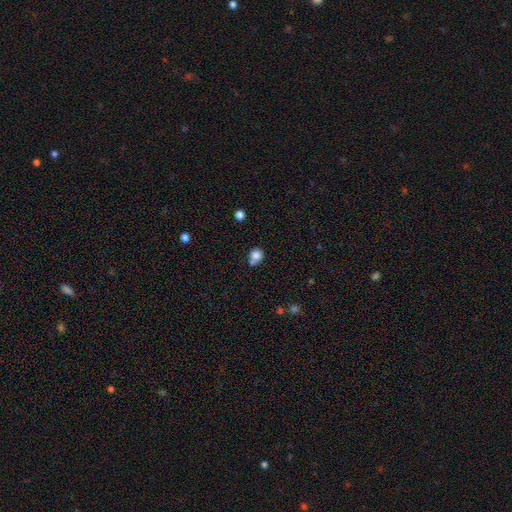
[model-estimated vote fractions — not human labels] smooth_or_featured: smooth (p=0.81) [alt: star or artifact p=0.11]
how_rounded: round (p=0.83) [alt: in between p=0.16]
merging: none (p=0.52) [alt: merger p=0.29]